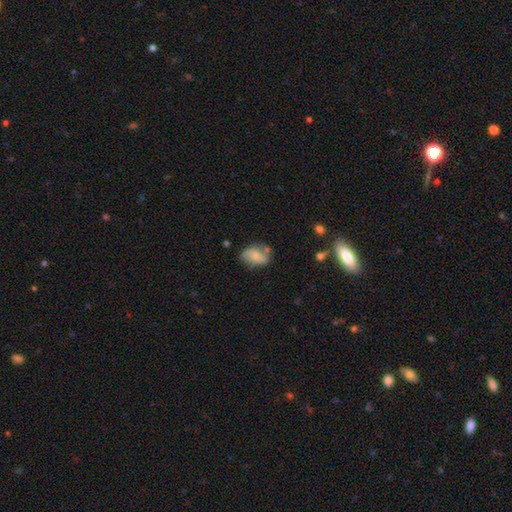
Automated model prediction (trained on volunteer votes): smooth_or_featured: smooth (p=0.52) [alt: featured or disk p=0.40]
how_rounded: in between (p=0.82) [alt: round p=0.16]
merging: none (p=0.54) [alt: minor disturbance p=0.27]